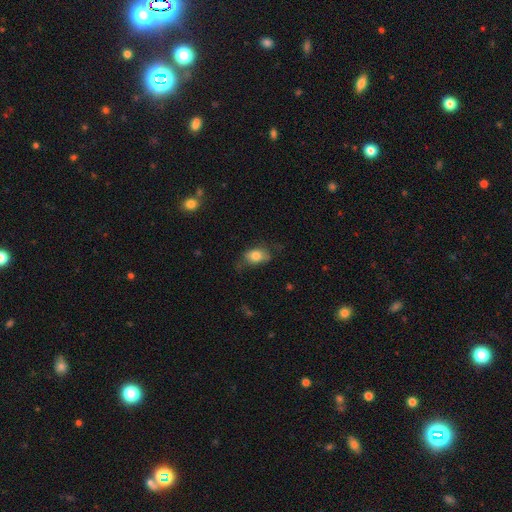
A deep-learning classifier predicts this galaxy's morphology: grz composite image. It shows a smooth galaxy with no disk features (79%) that is in between round and cigar-shaped (84%). Merging: none (56%).